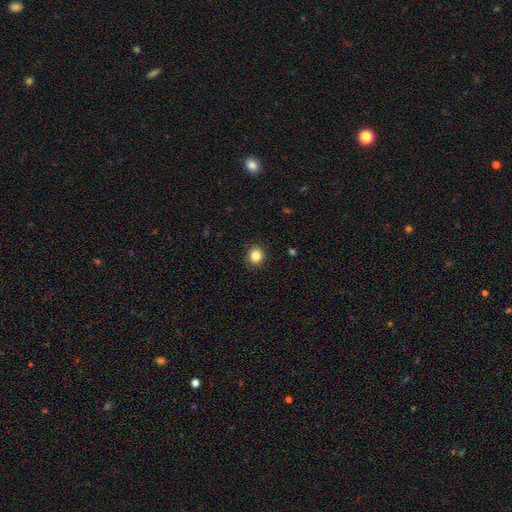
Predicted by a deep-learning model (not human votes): smooth 85%, star or artifact 11%, featured or disk 5%. Down the decision tree: how rounded — round (83%); merging — none (91%).